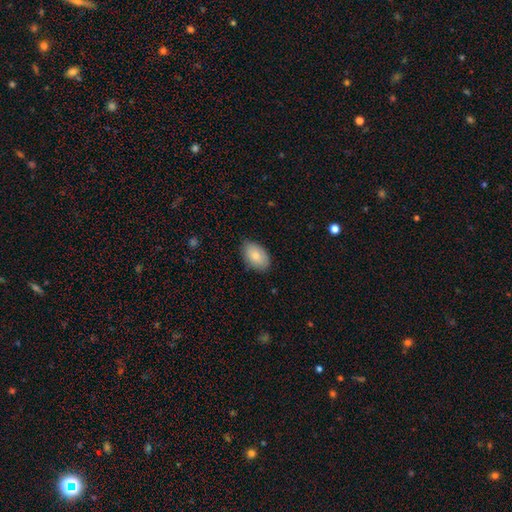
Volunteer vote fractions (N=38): Volunteers were most divided on "merging": none: 81%, minor disturbance: 14%, major disturbance: 3%, merger: 3%. More confident: how rounded — in between (94%); smooth or featured — smooth (87%).